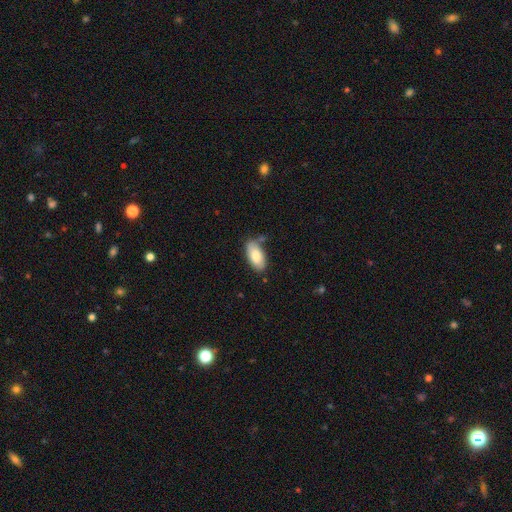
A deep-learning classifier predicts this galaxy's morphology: Q: Smooth or featured?
A: smooth (78%); runner-up: featured or disk (16%)
Q: How rounded?
A: in between (92%); runner-up: cigar-shaped (6%)
Q: Merging?
A: none (71%); runner-up: minor disturbance (20%)